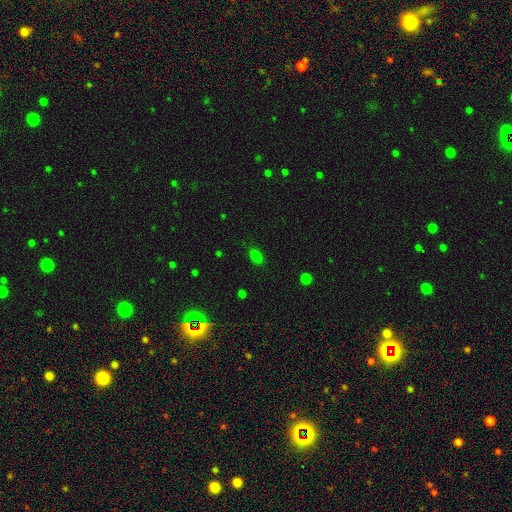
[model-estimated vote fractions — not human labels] Smooth or featured: smooth — 75% (star or artifact — 20%)
How rounded: in between — 81% (round — 16%)
Merging: none — 84% (minor disturbance — 12%)